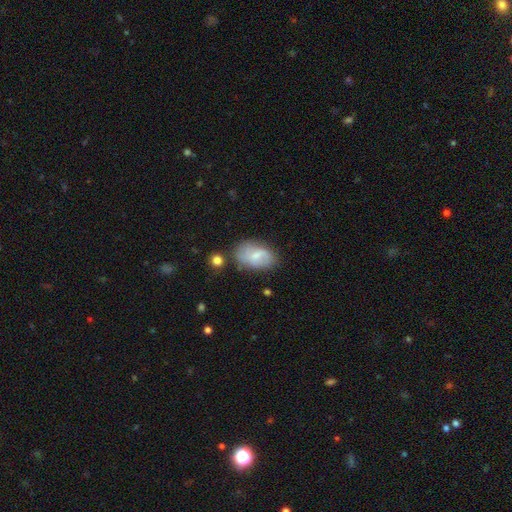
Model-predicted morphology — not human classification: Smooth or featured: smooth — 49% (featured or disk — 43%)
Merging: none — 64% (minor disturbance — 23%)